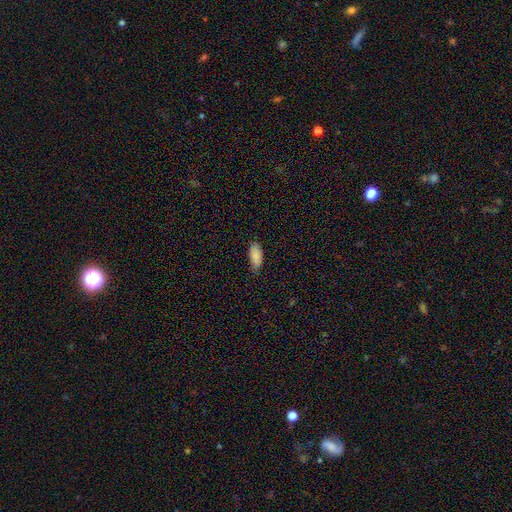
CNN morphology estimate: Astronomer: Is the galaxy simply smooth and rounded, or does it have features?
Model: smooth — 87%.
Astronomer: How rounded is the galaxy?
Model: in between — 85%.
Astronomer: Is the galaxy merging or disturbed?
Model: none — 77%.